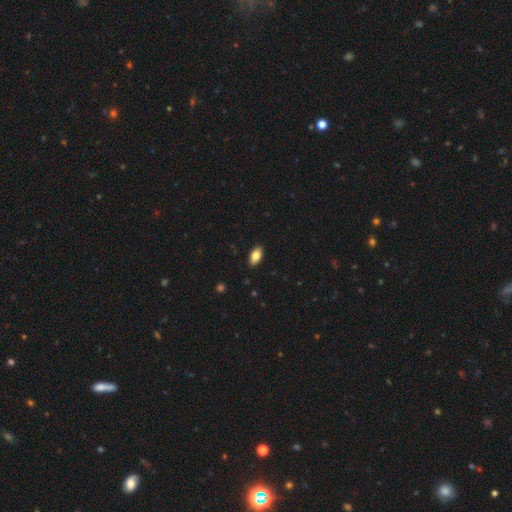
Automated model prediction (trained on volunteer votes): smooth-or-featured: smooth: 84% | featured or disk: 9% | star or artifact: 8%
  how-rounded: in between: 93% | round: 4% | cigar-shaped: 3%
  merging: none: 89% | minor disturbance: 8% | major disturbance: 2% | merger: 1%